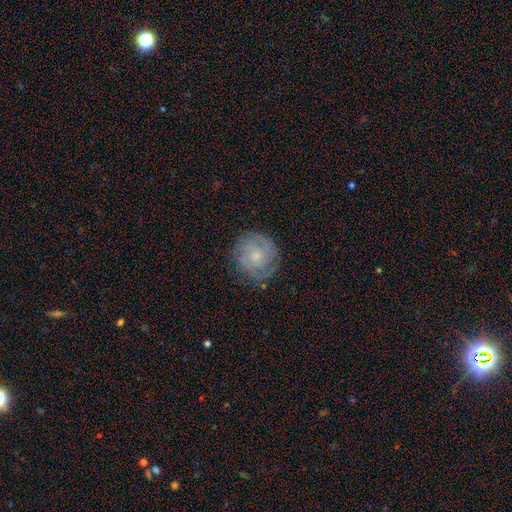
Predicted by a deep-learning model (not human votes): Smooth or featured? Predicted: featured or disk (p=0.59). Edge-on disk? Predicted: no (p=0.97). Bar? Predicted: no (p=0.78). Spiral arms? Predicted: yes (p=0.81). Bulge size? Predicted: small (p=0.52). Merging? Predicted: none (p=0.77).